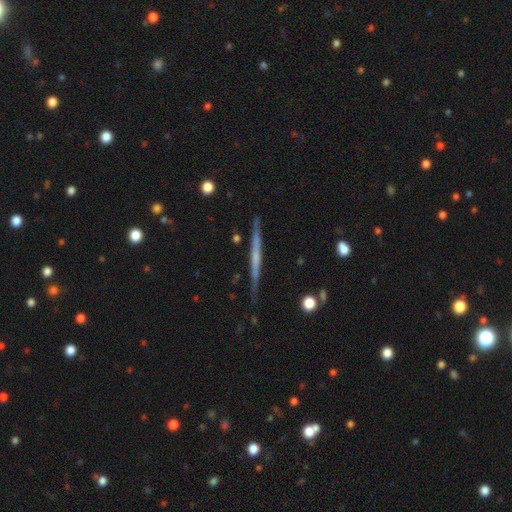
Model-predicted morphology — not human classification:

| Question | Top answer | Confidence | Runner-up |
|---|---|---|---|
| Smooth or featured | featured or disk | 63% | smooth (31%) |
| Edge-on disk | yes | 97% | no (3%) |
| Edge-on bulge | none | 77% | rounded (16%) |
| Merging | none | 85% | minor disturbance (11%) |